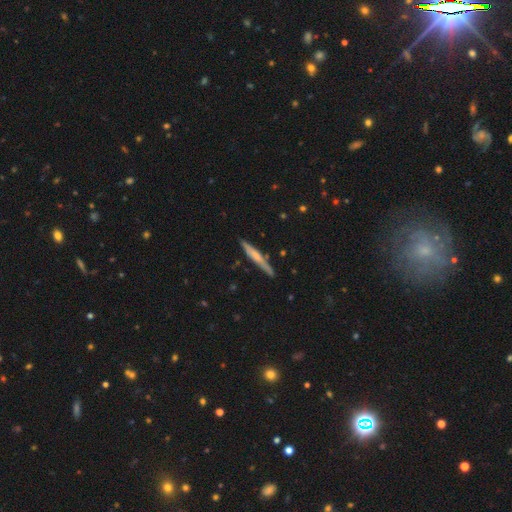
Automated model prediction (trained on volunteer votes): This appears to be a featured or disk galaxy (48%). Merging: none (84%).